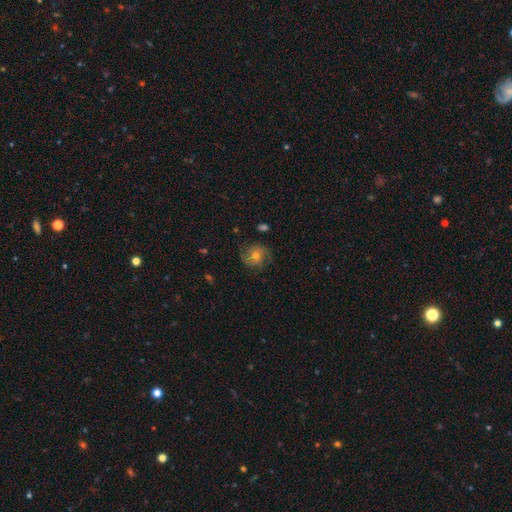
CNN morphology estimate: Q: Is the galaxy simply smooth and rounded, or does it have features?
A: featured or disk — 68%.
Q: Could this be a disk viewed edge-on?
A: no — 97%.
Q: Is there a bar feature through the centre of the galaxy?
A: no — 71%.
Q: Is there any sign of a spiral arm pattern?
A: yes — 92%.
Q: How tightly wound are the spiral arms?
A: medium — 47%.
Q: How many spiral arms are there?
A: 2 — 63%.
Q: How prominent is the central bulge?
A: moderate — 59%.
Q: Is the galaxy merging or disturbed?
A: none — 76%.